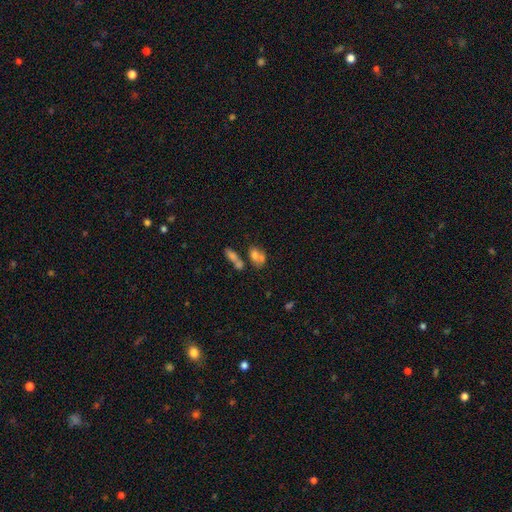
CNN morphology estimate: A smooth galaxy with no disk features (66%) that is in between round and cigar-shaped (73%). Merging: merger (49%).